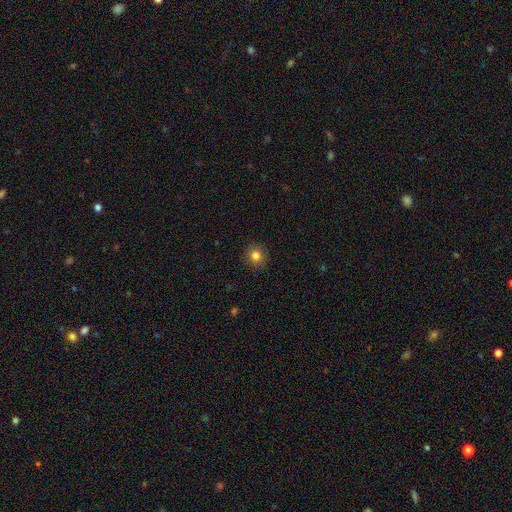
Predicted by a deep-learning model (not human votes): Morphology: type=smooth (82%); roundness=round (89%); merging=none (91%).